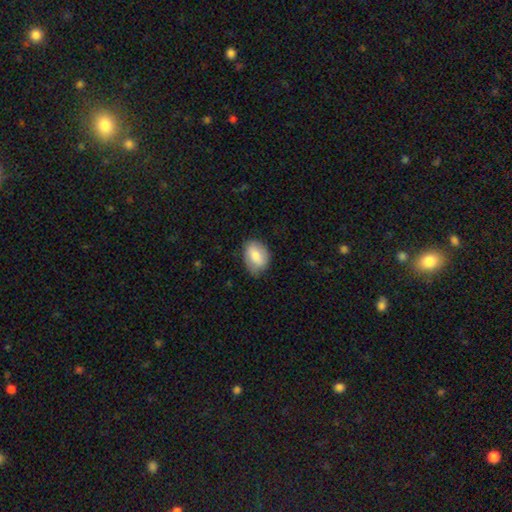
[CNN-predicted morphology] A smooth galaxy with no disk features (74%) that is in between round and cigar-shaped (76%).

Vote fractions:
- Smooth or featured? smooth: 74% / featured or disk: 20% / star or artifact: 6%
- How rounded? in between: 76% / round: 23% / cigar-shaped: 1%
- Merging? none: 72% / minor disturbance: 23% / major disturbance: 5% / merger: 1%